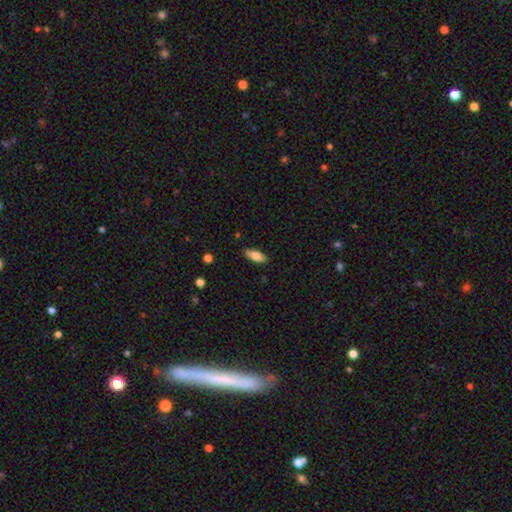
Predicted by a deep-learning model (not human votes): A smooth galaxy with no disk features (81%) that is in between round and cigar-shaped (78%). Merging: none (86%).